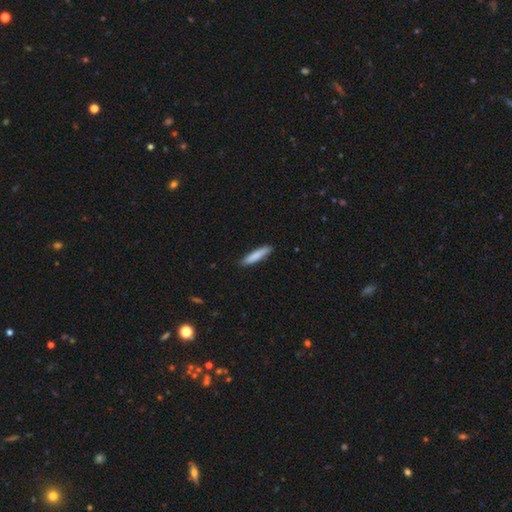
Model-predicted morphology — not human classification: This is clearly a smooth galaxy (84%). How rounded: clearly cigar-shaped (86%). Merging: clearly none (87%).